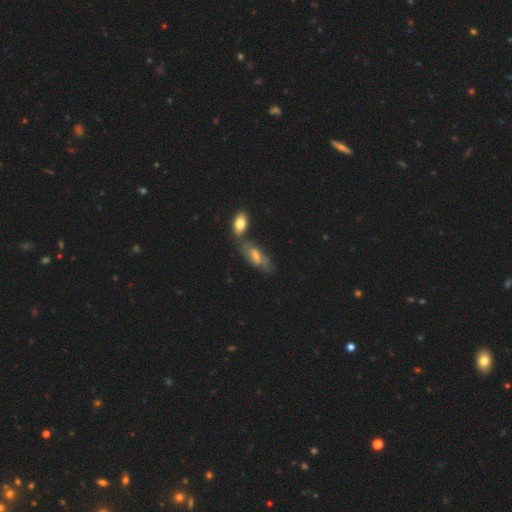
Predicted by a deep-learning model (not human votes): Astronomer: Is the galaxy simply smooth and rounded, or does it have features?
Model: featured or disk — 58% (runner-up: smooth, 34%).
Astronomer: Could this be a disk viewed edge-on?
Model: no — 82%.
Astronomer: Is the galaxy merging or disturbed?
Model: none — 47% (runner-up: merger, 25%).